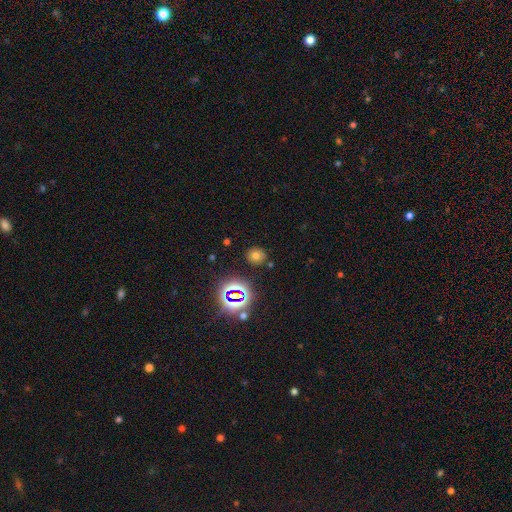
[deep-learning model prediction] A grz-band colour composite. It shows a smooth galaxy with no disk features (64%) that is round (82%). Merging: none (85%).